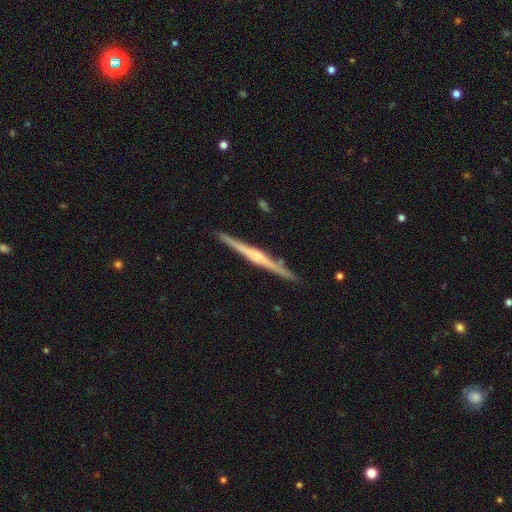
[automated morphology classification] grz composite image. It shows a featured or disk galaxy (77%) viewed edge-on (98%) with a rounded central bulge (58%). Merging: none (90%).